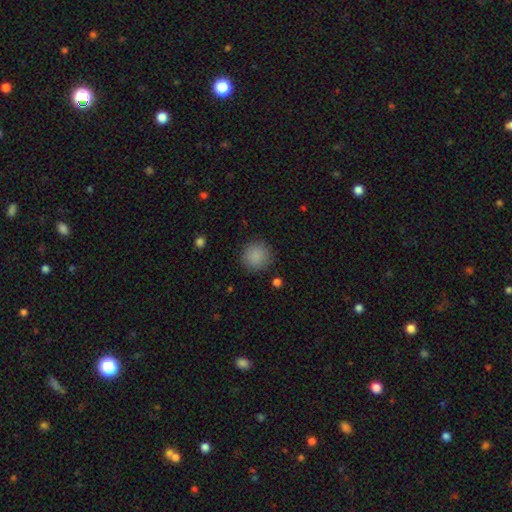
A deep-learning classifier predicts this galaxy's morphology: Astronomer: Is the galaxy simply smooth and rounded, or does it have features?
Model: smooth — 88%.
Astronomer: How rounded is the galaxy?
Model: round — 93%.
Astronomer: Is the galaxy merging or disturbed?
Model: none — 88%.